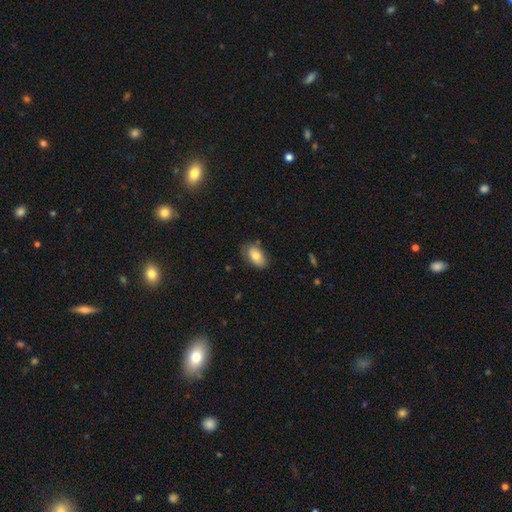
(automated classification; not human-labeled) Smooth or featured? Predicted: smooth (p=0.77). How rounded? Predicted: in between (p=0.91). Merging? Predicted: none (p=0.71).